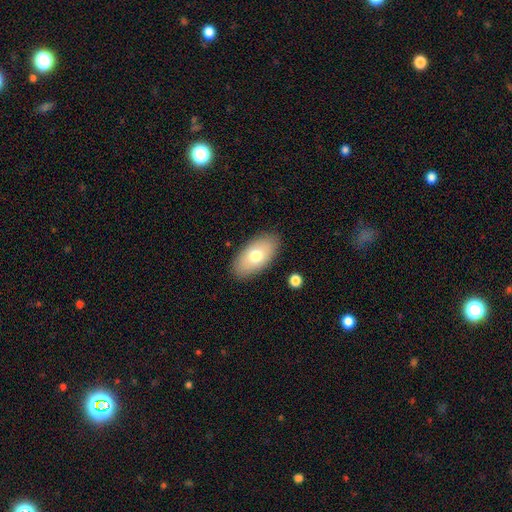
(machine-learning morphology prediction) This is likely a smooth galaxy (72%). How rounded: clearly in between (94%). Merging: clearly none (88%).